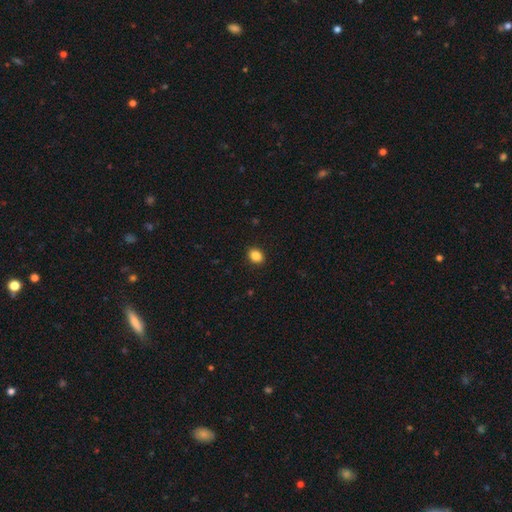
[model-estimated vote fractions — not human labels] smooth-or-featured: smooth: 88% | star or artifact: 9% | featured or disk: 3%
  how-rounded: in between: 57% | round: 43% | cigar-shaped: 1%
  merging: none: 91% | minor disturbance: 6% | major disturbance: 2% | merger: 1%